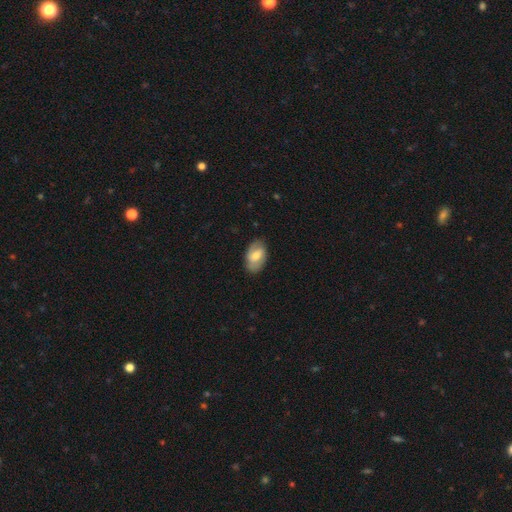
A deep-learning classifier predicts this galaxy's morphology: smooth_or_featured: featured or disk (p=0.50) [alt: smooth p=0.43]
disk_edge_on: no (p=0.94) [alt: yes p=0.06]
merging: none (p=0.78) [alt: minor disturbance p=0.16]